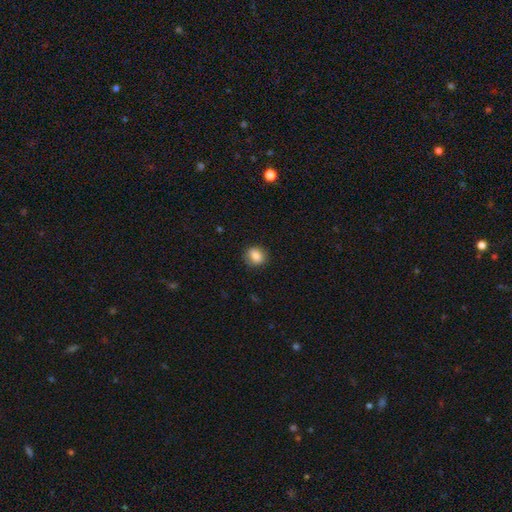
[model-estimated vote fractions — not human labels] This appears to be a smooth galaxy with no disk features (82%) that is round (59%). Merging: none (82%).